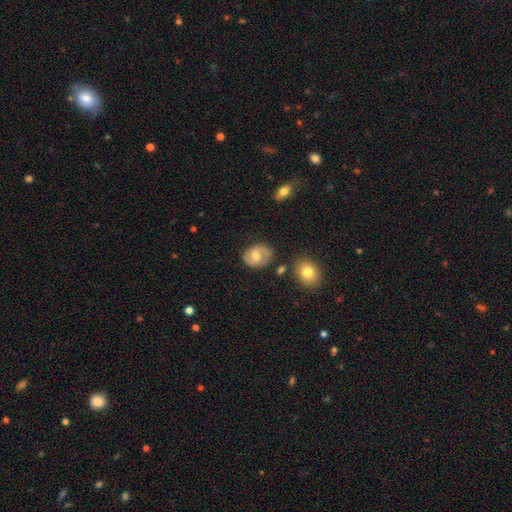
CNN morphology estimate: Smooth or featured?
  - featured or disk: 50% *
  - smooth: 43%
  - star or artifact: 7%
Edge-on disk?
  - no: 97% *
  - yes: 3%
Merging?
  - none: 76% *
  - minor disturbance: 16%
  - major disturbance: 5%
  - merger: 4%